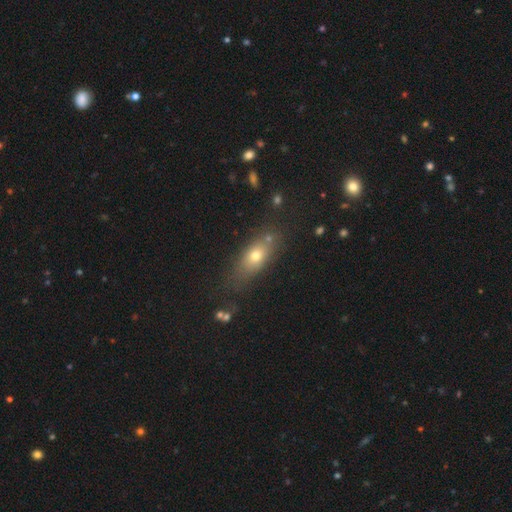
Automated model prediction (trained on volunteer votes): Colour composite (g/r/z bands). It shows a smooth galaxy with no disk features (67%) that is in between round and cigar-shaped (66%). Merging: none (71%).